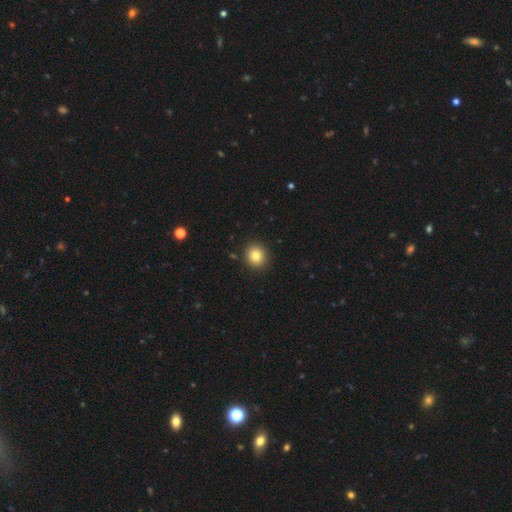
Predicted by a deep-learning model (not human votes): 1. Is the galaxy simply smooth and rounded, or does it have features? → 82% smooth, 11% star or artifact, 8% featured or disk.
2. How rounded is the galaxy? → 89% round, 10% in between, 1% cigar-shaped.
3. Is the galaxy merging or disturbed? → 91% none, 6% minor disturbance, 2% major disturbance, 1% merger.